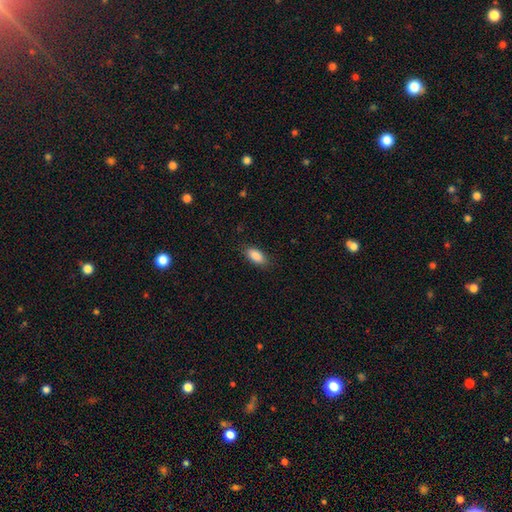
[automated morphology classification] The model was most divided on "merging": none: 85%, minor disturbance: 11%, major disturbance: 3%, merger: 1%. More confident: smooth or featured — smooth (89%); how rounded — in between (89%).